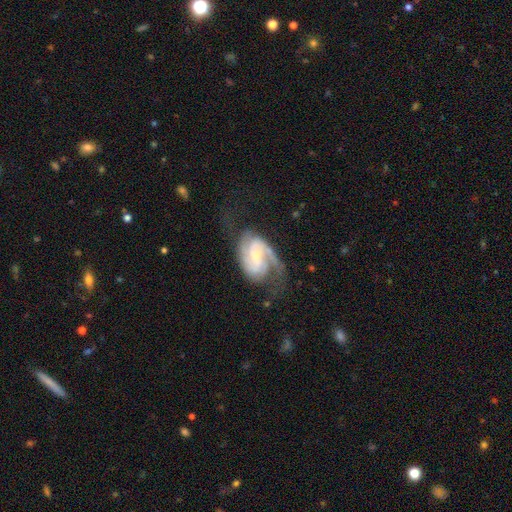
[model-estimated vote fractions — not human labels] featured or disk 89%, smooth 7%, star or artifact 5%. Down the decision tree: edge-on disk — no (97%); bar — weak (51%); spiral arms — yes (97%); spiral arm count — 2 (76%); spiral winding — medium (49%); bulge size — moderate (49%); merging — none (57%).